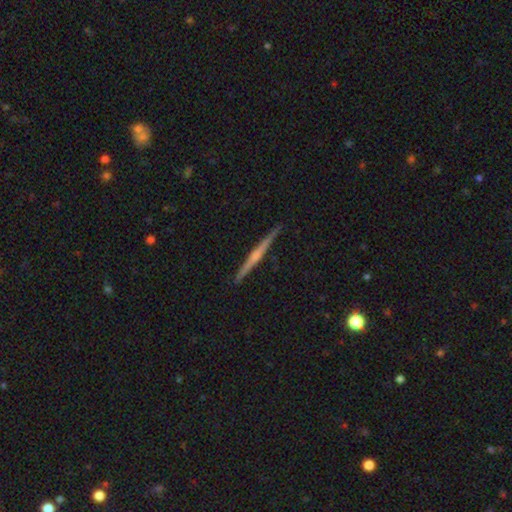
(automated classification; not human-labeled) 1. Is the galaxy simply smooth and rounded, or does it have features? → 72% featured or disk, 22% smooth, 6% star or artifact.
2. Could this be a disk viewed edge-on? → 98% yes, 2% no.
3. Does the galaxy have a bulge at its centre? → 58% rounded, 31% none, 11% boxy.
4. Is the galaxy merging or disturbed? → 91% none, 6% minor disturbance, 1% major disturbance, 1% merger.